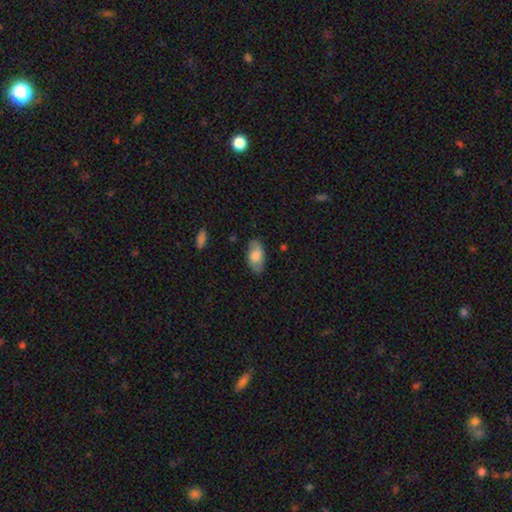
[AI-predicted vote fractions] This appears to be a smooth galaxy with no disk features (74%) that is in between round and cigar-shaped (94%). Merging: none (80%).